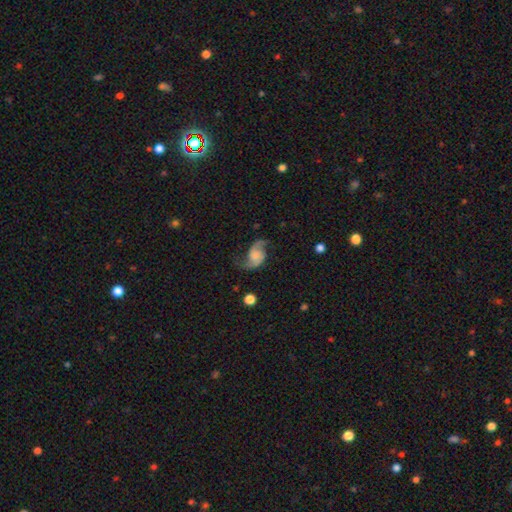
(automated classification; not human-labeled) smooth_or_featured: featured or disk (p=0.87) [alt: smooth p=0.07]
disk_edge_on: no (p=0.98) [alt: yes p=0.02]
bar: no (p=0.65) [alt: weak p=0.28]
has_spiral_arms: yes (p=0.97) [alt: no p=0.03]
spiral_winding: loose (p=0.57) [alt: medium p=0.35]
spiral_arm_count: 2 (p=0.94) [alt: 1 p=0.02]
bulge_size: none (p=0.38) [alt: small p=0.29]
merging: none (p=0.73) [alt: minor disturbance p=0.16]